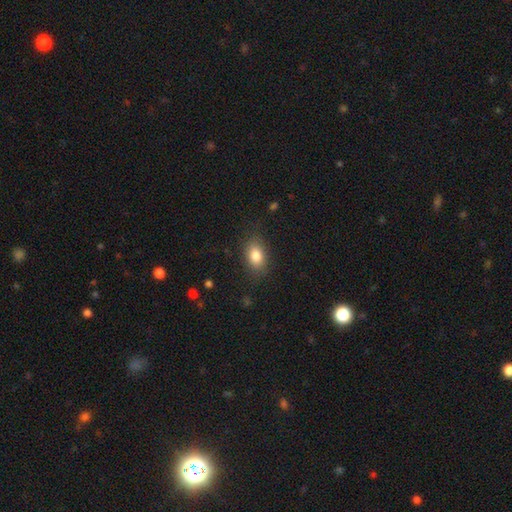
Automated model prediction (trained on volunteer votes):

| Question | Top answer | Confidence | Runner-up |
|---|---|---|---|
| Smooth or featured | smooth | 83% | star or artifact (9%) |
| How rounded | in between | 82% | round (16%) |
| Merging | none | 83% | minor disturbance (12%) |